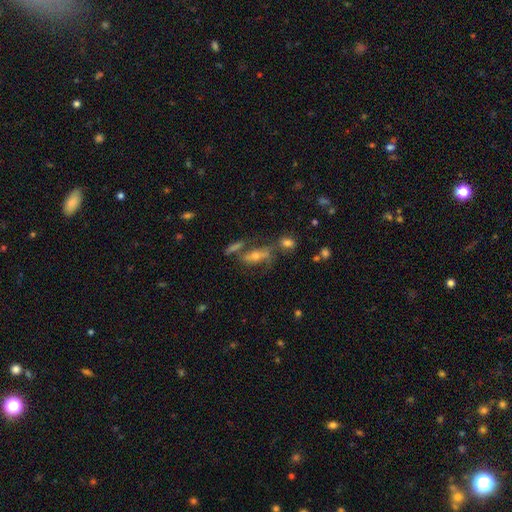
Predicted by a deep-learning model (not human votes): Smooth or featured? Predicted: featured or disk (p=0.58). Edge-on disk? Predicted: no (p=0.70). Merging? Predicted: none (p=0.51).